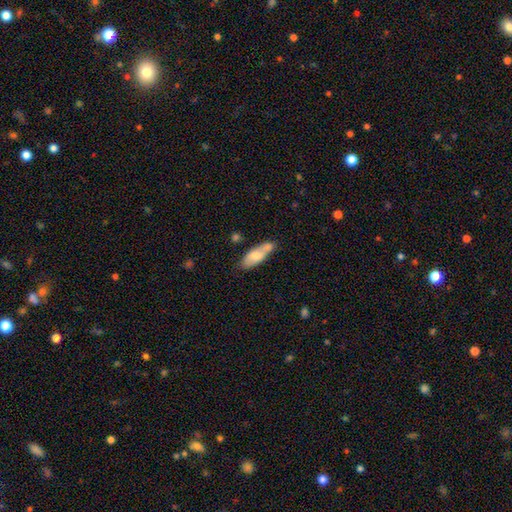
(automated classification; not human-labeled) Smooth or featured: smooth — 71% (featured or disk — 22%)
How rounded: in between — 65% (cigar-shaped — 32%)
Merging: none — 45% (merger — 29%)